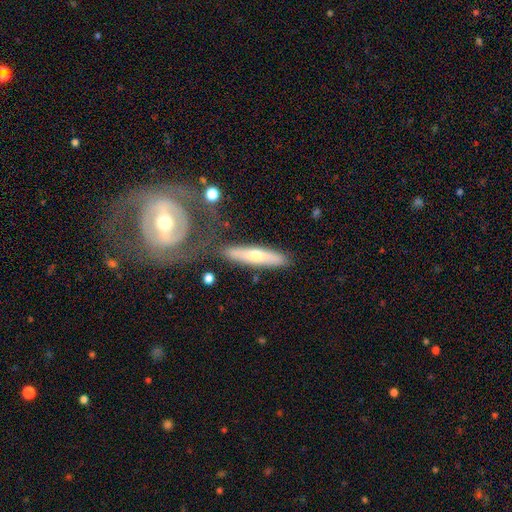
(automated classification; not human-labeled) Smooth or featured?
  - featured or disk: 52% *
  - smooth: 43%
  - star or artifact: 6%
Edge-on disk?
  - yes: 65% *
  - no: 35%
Merging?
  - none: 68% *
  - minor disturbance: 15%
  - merger: 11%
  - major disturbance: 6%